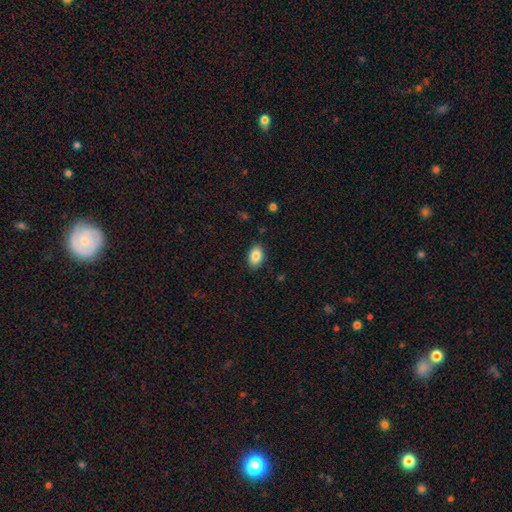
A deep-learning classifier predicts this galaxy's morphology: This is clearly a smooth galaxy (86%). How rounded: clearly in between (87%). Merging: clearly none (87%).